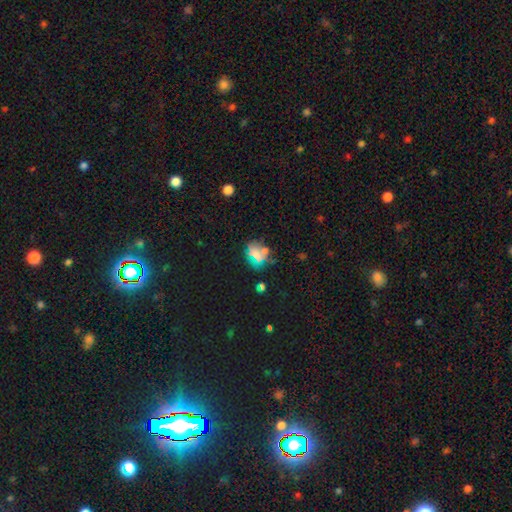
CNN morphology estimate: A smooth galaxy with no disk features (47%). Merging: none (61%).